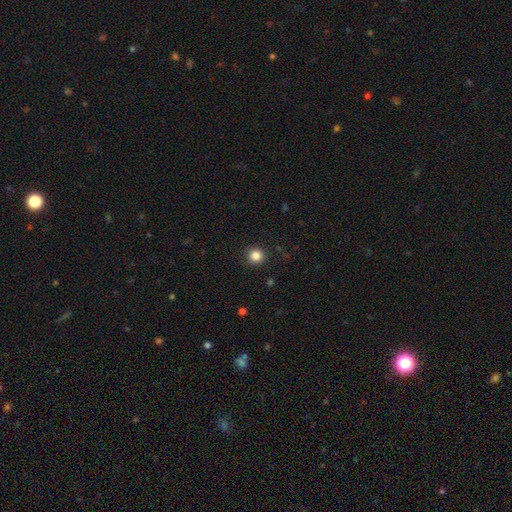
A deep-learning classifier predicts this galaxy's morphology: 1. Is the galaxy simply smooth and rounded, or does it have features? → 84% smooth, 11% star or artifact, 4% featured or disk.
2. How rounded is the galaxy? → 94% round, 5% in between, 1% cigar-shaped.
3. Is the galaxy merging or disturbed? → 92% none, 5% minor disturbance, 2% major disturbance, 1% merger.